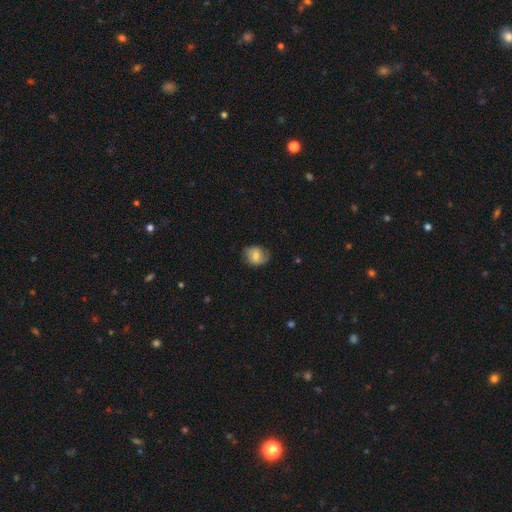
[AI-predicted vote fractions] The model was most divided on "how rounded": round: 50%, in between: 48%, cigar-shaped: 1%. More confident: merging — none (67%); smooth or featured — smooth (61%).